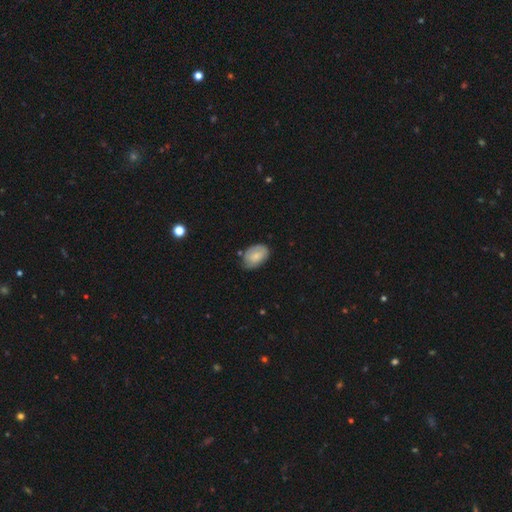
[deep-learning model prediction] This is likely a smooth galaxy (69%). How rounded: clearly in between (87%). Merging: likely none (64%).